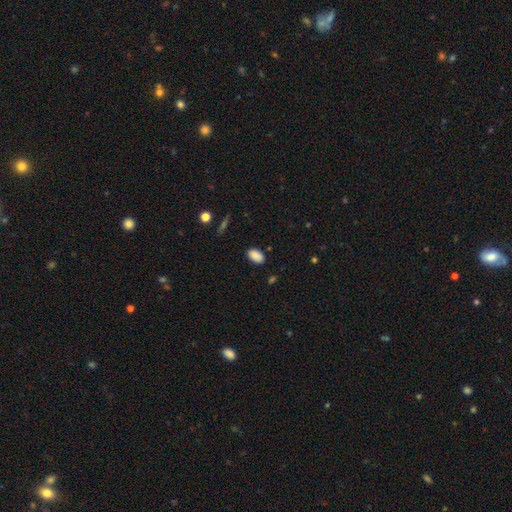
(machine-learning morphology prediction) Smooth or featured? Predicted: smooth (p=0.89). How rounded? Predicted: in between (p=0.93). Merging? Predicted: none (p=0.86).